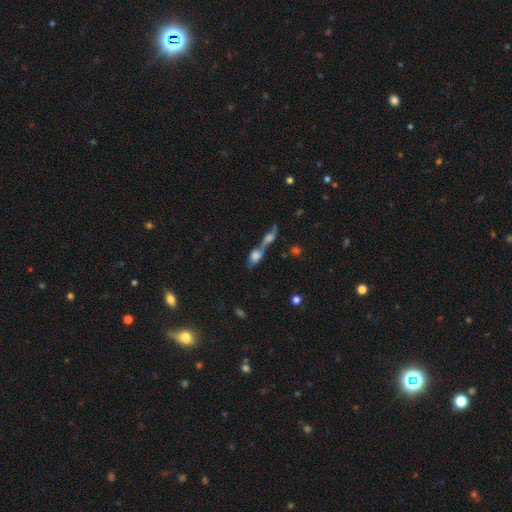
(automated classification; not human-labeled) smooth_or_featured: smooth (p=0.62) [alt: featured or disk p=0.26]
how_rounded: in between (p=0.70) [alt: round p=0.18]
merging: merger (p=0.72) [alt: none p=0.16]